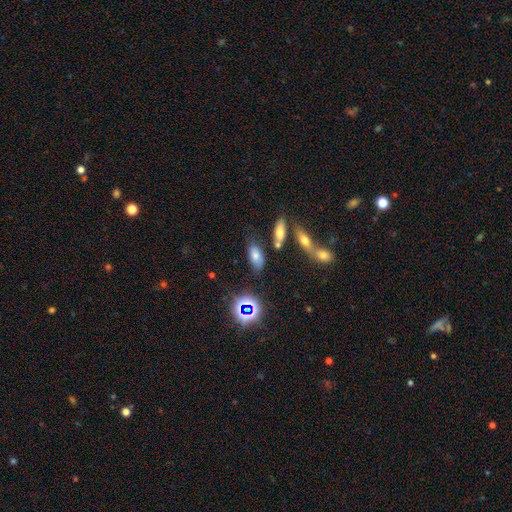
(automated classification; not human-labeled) Smooth or featured?
  - smooth: 67% *
  - star or artifact: 18%
  - featured or disk: 15%
How rounded?
  - in between: 90% *
  - round: 6%
  - cigar-shaped: 4%
Merging?
  - none: 64% *
  - minor disturbance: 17%
  - merger: 12%
  - major disturbance: 6%